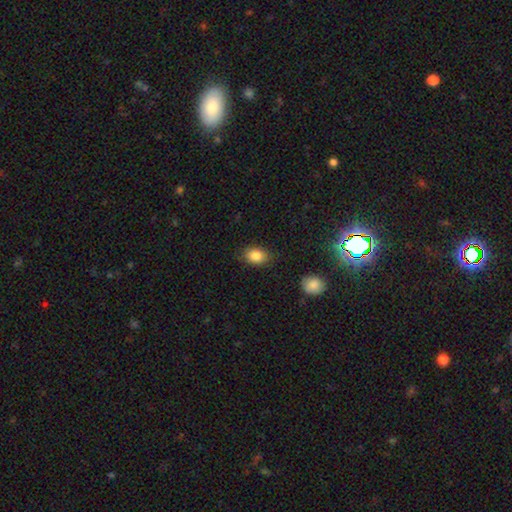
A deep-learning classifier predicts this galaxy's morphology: smooth-or-featured: smooth: 86% | star or artifact: 9% | featured or disk: 5%
  how-rounded: in between: 77% | round: 21% | cigar-shaped: 1%
  merging: none: 83% | minor disturbance: 12% | major disturbance: 3% | merger: 2%